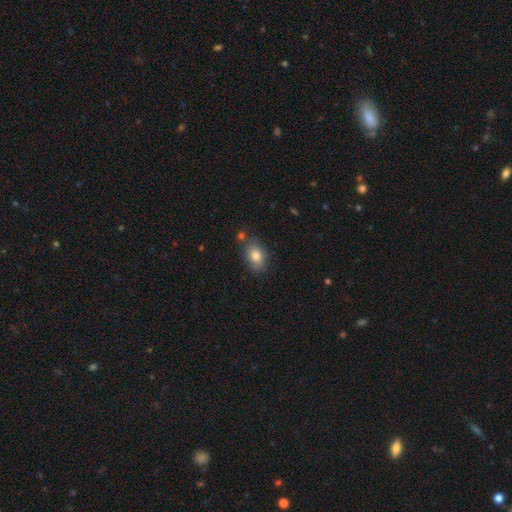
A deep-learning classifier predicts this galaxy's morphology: A smooth galaxy with no disk features (80%) that is in between round and cigar-shaped (74%). Merging: none (75%).